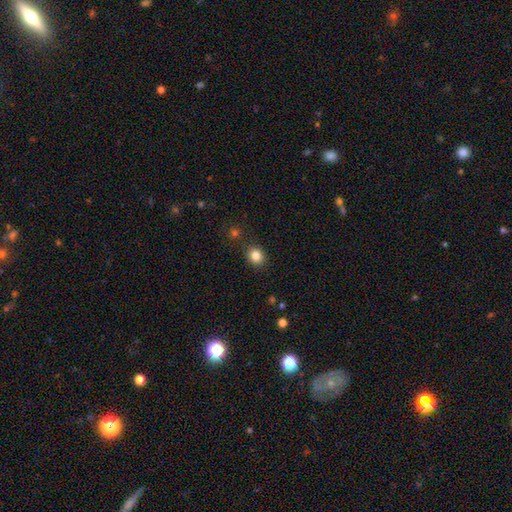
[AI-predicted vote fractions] smooth 84%, star or artifact 11%, featured or disk 5%. Down the decision tree: how rounded — round (73%); merging — none (86%).